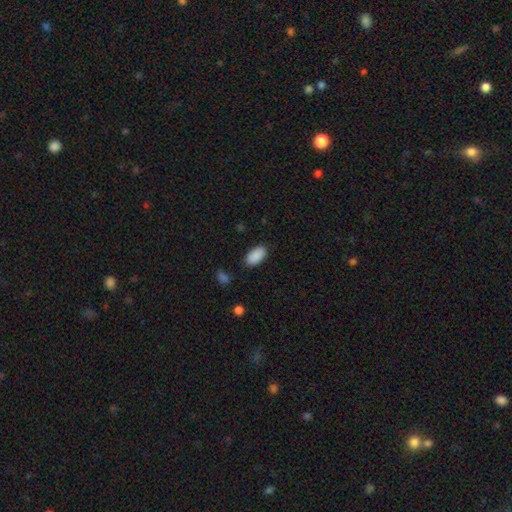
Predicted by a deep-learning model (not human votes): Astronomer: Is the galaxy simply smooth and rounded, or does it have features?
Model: smooth — 90%.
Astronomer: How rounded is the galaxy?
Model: in between — 95%.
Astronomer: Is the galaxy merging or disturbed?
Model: none — 87%.